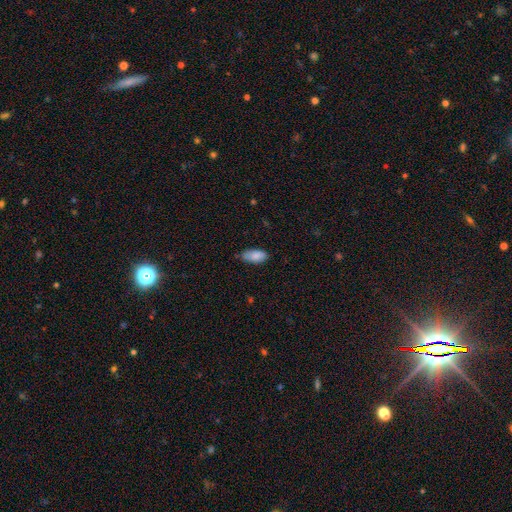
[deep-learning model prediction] Smooth or featured: smooth — 86% (featured or disk — 7%)
How rounded: in between — 91% (cigar-shaped — 7%)
Merging: none — 66% (minor disturbance — 28%)